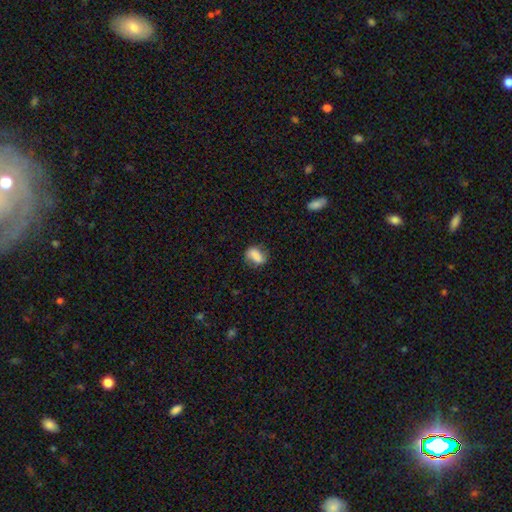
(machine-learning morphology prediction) smooth-or-featured: smooth: 79% | featured or disk: 13% | star or artifact: 8%
  how-rounded: in between: 76% | round: 17% | cigar-shaped: 7%
  merging: none: 70% | minor disturbance: 22% | major disturbance: 7% | merger: 2%